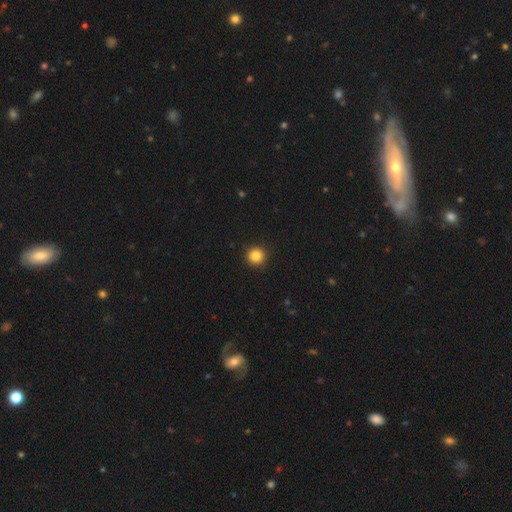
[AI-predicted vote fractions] The model was most divided on "smooth or featured": smooth: 85%, star or artifact: 11%, featured or disk: 4%. More confident: how rounded — round (96%); merging — none (93%).